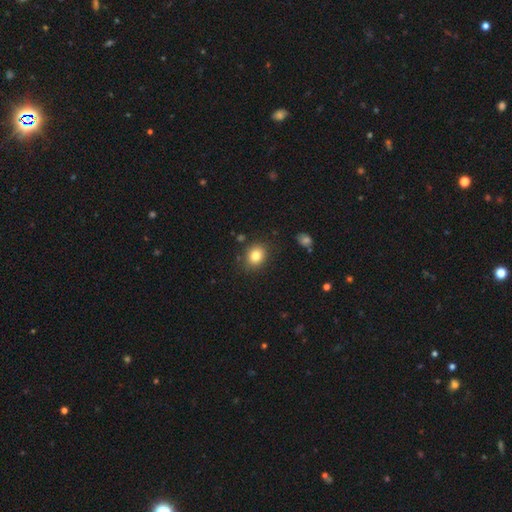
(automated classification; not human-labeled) Smooth or featured?
  - smooth: 82% *
  - star or artifact: 10%
  - featured or disk: 7%
How rounded?
  - round: 62% *
  - in between: 37%
  - cigar-shaped: 1%
Merging?
  - none: 84% *
  - minor disturbance: 11%
  - major disturbance: 3%
  - merger: 2%